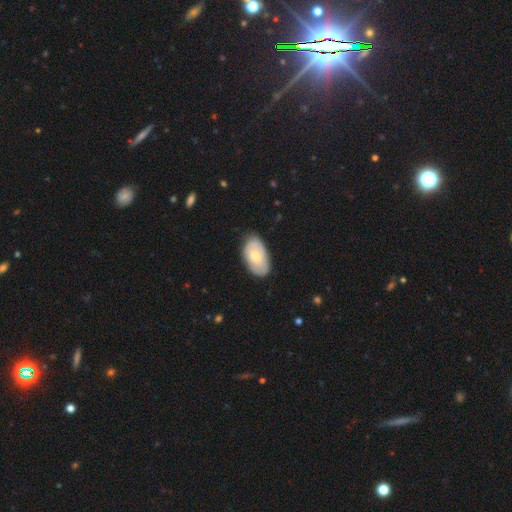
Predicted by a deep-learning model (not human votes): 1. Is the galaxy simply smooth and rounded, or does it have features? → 59% smooth, 35% featured or disk, 5% star or artifact.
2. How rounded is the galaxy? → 93% in between, 5% round, 2% cigar-shaped.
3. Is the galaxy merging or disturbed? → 74% none, 21% minor disturbance, 4% major disturbance, 1% merger.